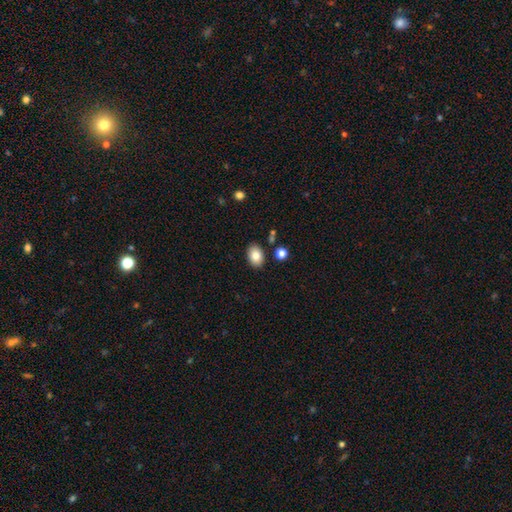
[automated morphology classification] Smooth or featured?
  - smooth: 83% *
  - featured or disk: 9%
  - star or artifact: 8%
How rounded?
  - in between: 83% *
  - round: 16%
  - cigar-shaped: 1%
Merging?
  - none: 86% *
  - minor disturbance: 9%
  - merger: 3%
  - major disturbance: 2%